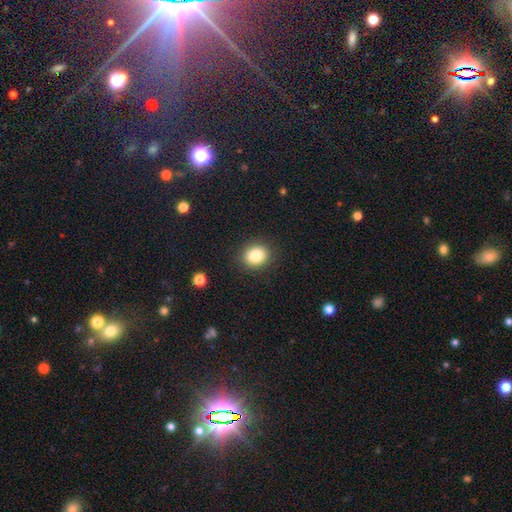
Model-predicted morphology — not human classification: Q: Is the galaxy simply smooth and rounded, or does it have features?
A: smooth — 84%.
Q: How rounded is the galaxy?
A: round — 59%.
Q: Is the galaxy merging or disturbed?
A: none — 88%.